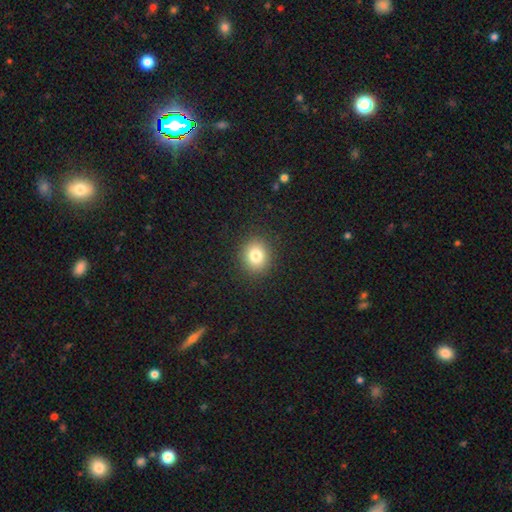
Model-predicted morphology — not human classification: smooth_or_featured: smooth (p=0.81) [alt: star or artifact p=0.11]
how_rounded: round (p=0.75) [alt: in between p=0.24]
merging: none (p=0.90) [alt: minor disturbance p=0.06]